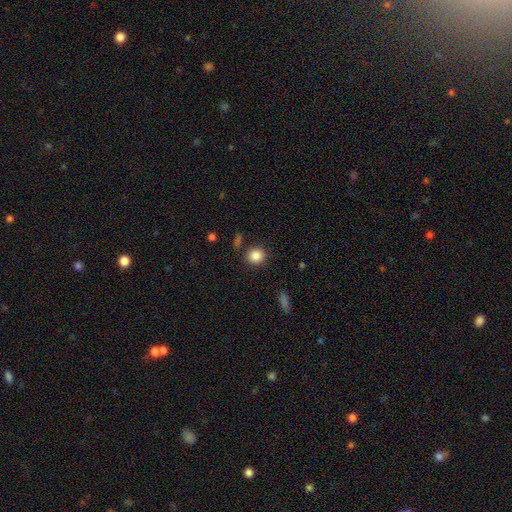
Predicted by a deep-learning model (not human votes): This is clearly a smooth galaxy (86%). How rounded: clearly round (86%). Merging: clearly none (86%).